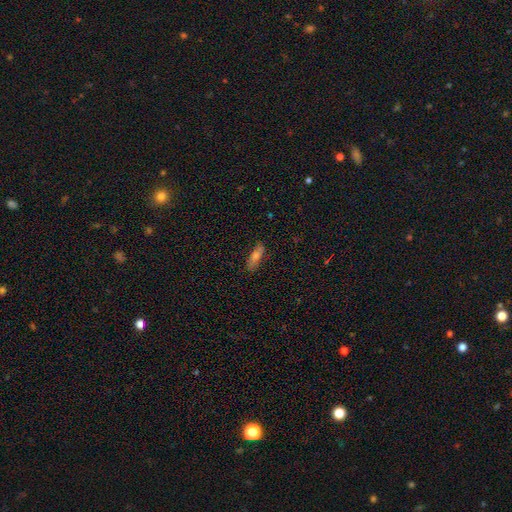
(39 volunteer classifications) This appears to be a smooth galaxy with no disk features (69%) that is cigar-shaped (56%). Merging: none (83%).